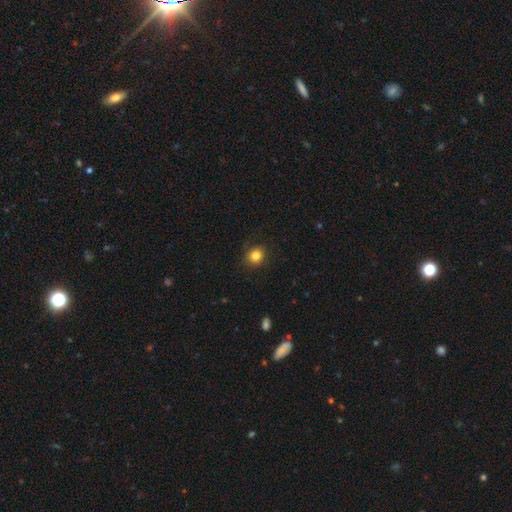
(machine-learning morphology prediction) smooth_or_featured: smooth (p=0.83) [alt: star or artifact p=0.11]
how_rounded: round (p=0.83) [alt: in between p=0.16]
merging: none (p=0.87) [alt: minor disturbance p=0.09]